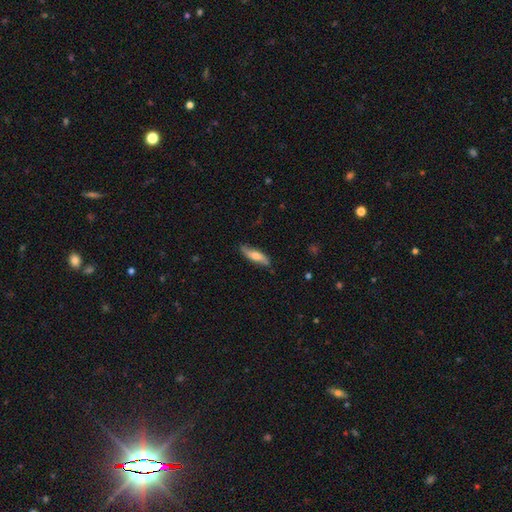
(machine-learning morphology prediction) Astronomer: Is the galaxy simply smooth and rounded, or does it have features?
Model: smooth — 48% (runner-up: featured or disk, 46%).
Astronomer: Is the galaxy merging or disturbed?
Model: none — 79%.